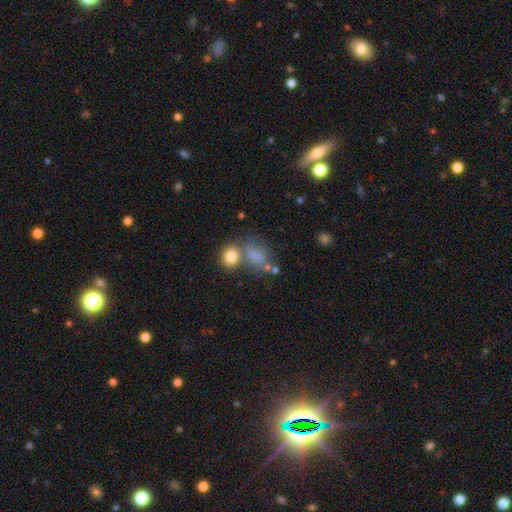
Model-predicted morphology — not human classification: A smooth galaxy with no disk features (73%) that is in between round and cigar-shaped (71%).

Vote fractions:
- Smooth or featured? smooth: 73% / featured or disk: 13% / star or artifact: 13%
- How rounded? in between: 71% / round: 26% / cigar-shaped: 4%
- Merging? none: 38% / merger: 30% / minor disturbance: 18% / major disturbance: 13%